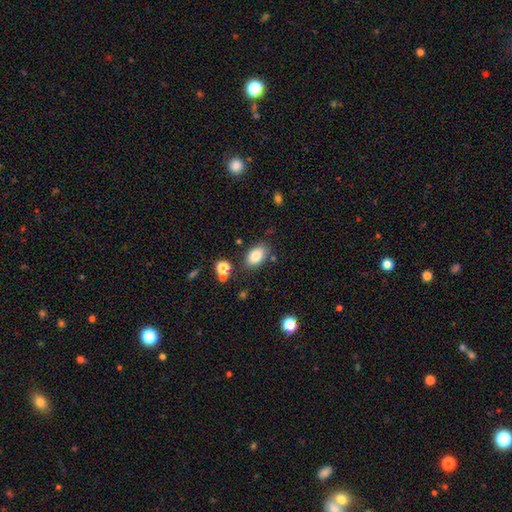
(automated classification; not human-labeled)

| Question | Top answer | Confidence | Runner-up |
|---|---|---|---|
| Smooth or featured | smooth | 83% | star or artifact (9%) |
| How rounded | in between | 89% | round (10%) |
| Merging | none | 78% | minor disturbance (13%) |